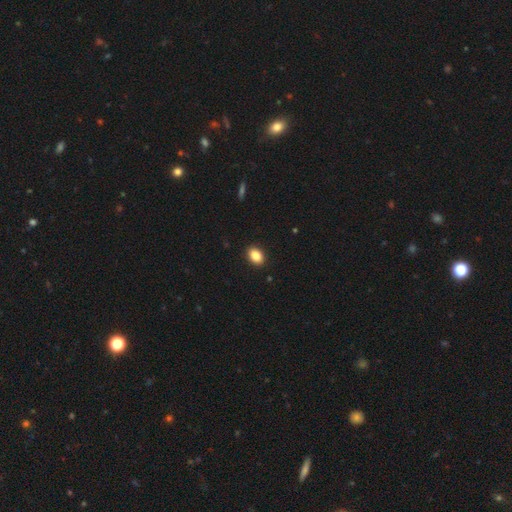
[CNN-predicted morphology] A smooth galaxy with no disk features (87%) that is in between round and cigar-shaped (82%). Merging: none (91%).